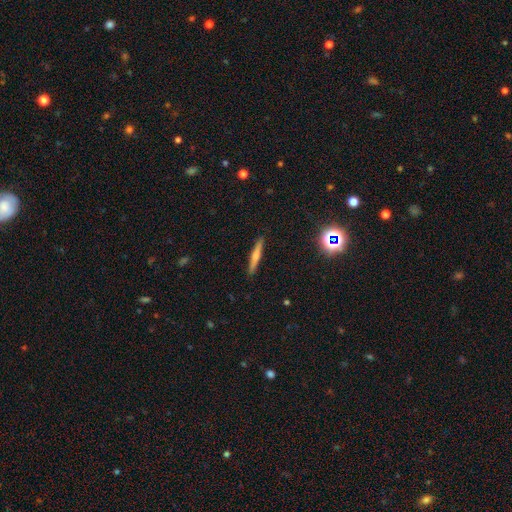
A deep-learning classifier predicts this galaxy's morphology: Smooth or featured? Predicted: smooth (p=0.54). How rounded? Predicted: cigar-shaped (p=0.94). Merging? Predicted: none (p=0.90).